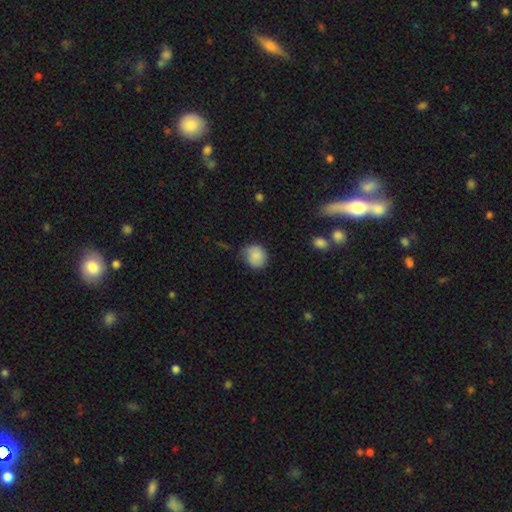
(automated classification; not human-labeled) Smooth or featured?
  - smooth: 84% *
  - star or artifact: 8%
  - featured or disk: 8%
How rounded?
  - round: 80% *
  - in between: 19%
  - cigar-shaped: 1%
Merging?
  - none: 64% *
  - minor disturbance: 28%
  - major disturbance: 6%
  - merger: 2%